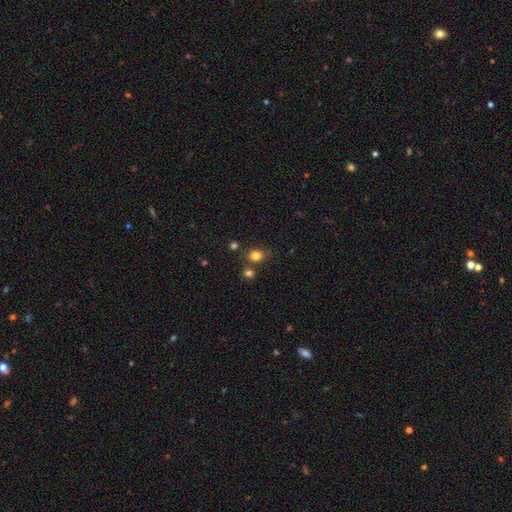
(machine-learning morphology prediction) The model was most divided on "how rounded": round: 72%, in between: 27%, cigar-shaped: 1%. More confident: smooth or featured — smooth (80%); merging — none (70%).